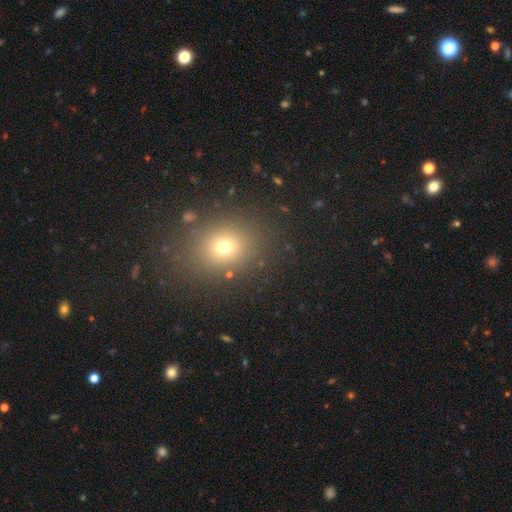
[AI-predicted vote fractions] The model was most divided on "how rounded": round: 56%, in between: 42%, cigar-shaped: 1%. More confident: merging — none (89%); smooth or featured — smooth (62%).